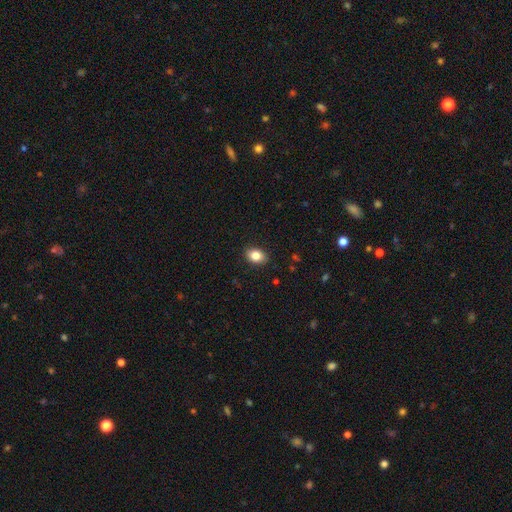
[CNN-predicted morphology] This is clearly a smooth galaxy (83%). How rounded: likely in between (75%). Merging: clearly none (89%).